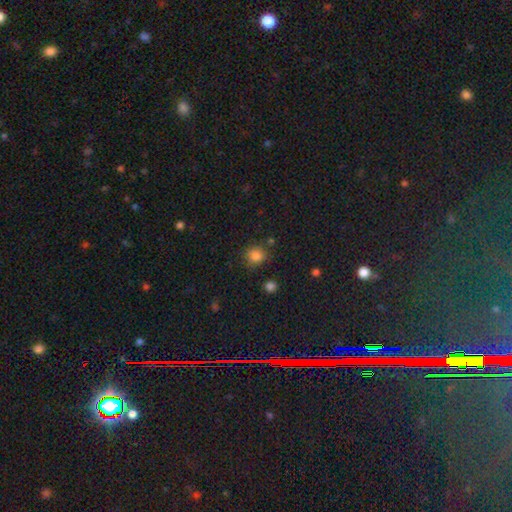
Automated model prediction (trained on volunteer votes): Smooth or featured: smooth — 83% (star or artifact — 13%)
How rounded: round — 82% (in between — 17%)
Merging: none — 78% (minor disturbance — 13%)